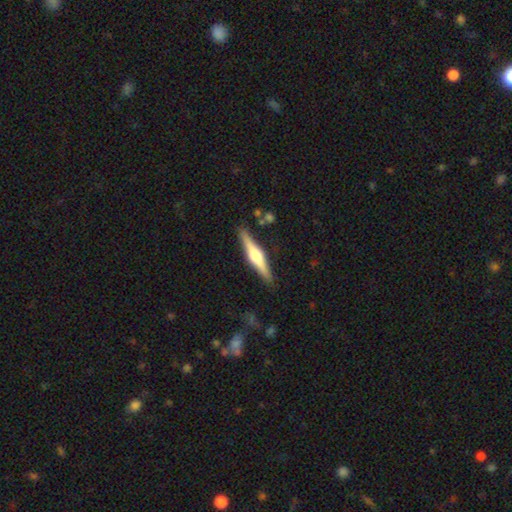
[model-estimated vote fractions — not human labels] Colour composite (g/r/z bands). It shows a featured or disk galaxy (65%) viewed edge-on (97%) with a rounded central bulge (87%). Merging: none (88%).